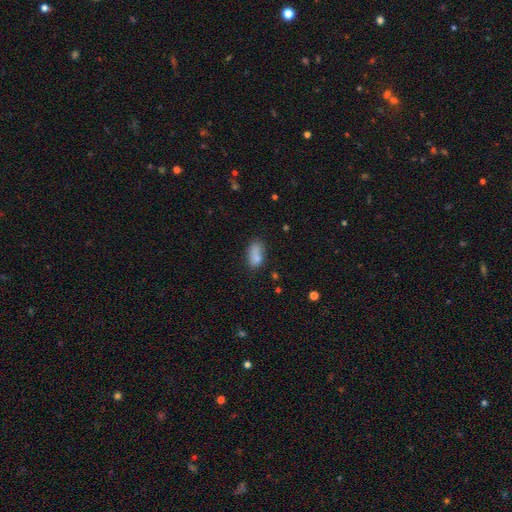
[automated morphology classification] A smooth galaxy with no disk features (78%) that is in between round and cigar-shaped (86%).

Vote fractions:
- Smooth or featured? smooth: 78% / featured or disk: 12% / star or artifact: 10%
- How rounded? in between: 86% / round: 8% / cigar-shaped: 6%
- Merging? none: 45% / merger: 24% / minor disturbance: 22% / major disturbance: 10%